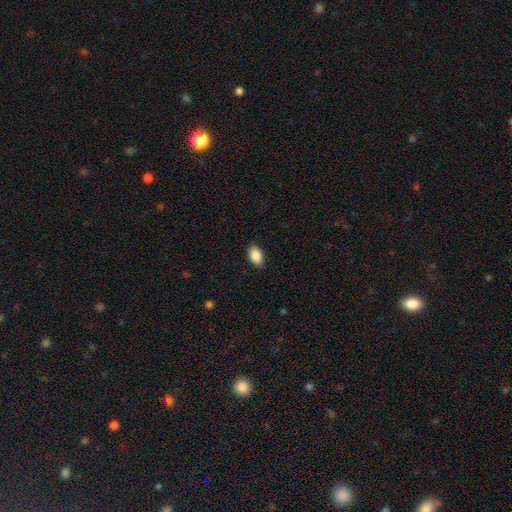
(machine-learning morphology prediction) A smooth galaxy with no disk features (87%) that is in between round and cigar-shaped (92%). Merging: none (89%).